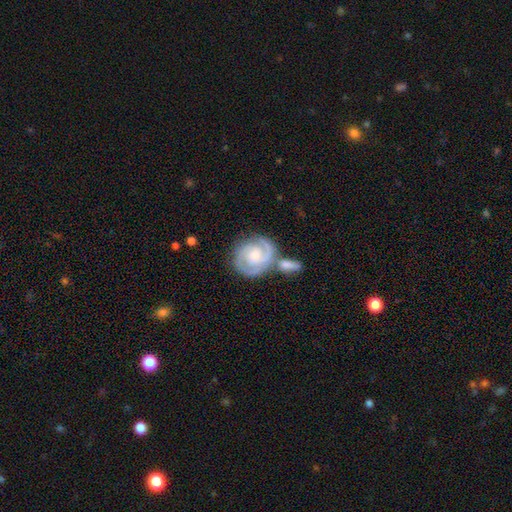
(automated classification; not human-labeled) smooth_or_featured: featured or disk (p=0.87) [alt: smooth p=0.08]
disk_edge_on: no (p=0.97) [alt: yes p=0.03]
bar: no (p=0.63) [alt: weak p=0.30]
has_spiral_arms: yes (p=0.97) [alt: no p=0.03]
spiral_winding: tight (p=0.68) [alt: medium p=0.28]
spiral_arm_count: 2 (p=0.77) [alt: 3 p=0.10]
bulge_size: small (p=0.51) [alt: moderate p=0.40]
merging: none (p=0.55) [alt: merger p=0.26]